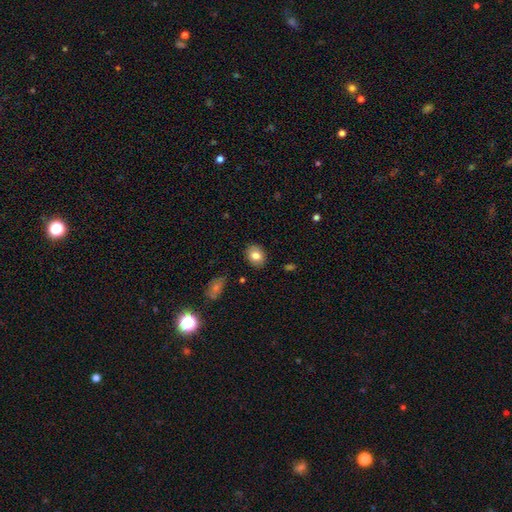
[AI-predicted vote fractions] Smooth or featured: smooth — 80% (featured or disk — 11%)
How rounded: in between — 51% (round — 48%)
Merging: none — 88% (minor disturbance — 9%)